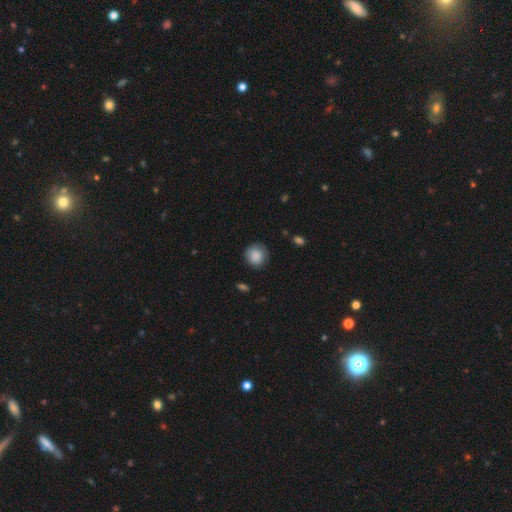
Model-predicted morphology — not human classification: Q: Smooth or featured?
A: smooth (87%); runner-up: star or artifact (8%)
Q: How rounded?
A: round (90%); runner-up: in between (9%)
Q: Merging?
A: none (80%); runner-up: minor disturbance (15%)